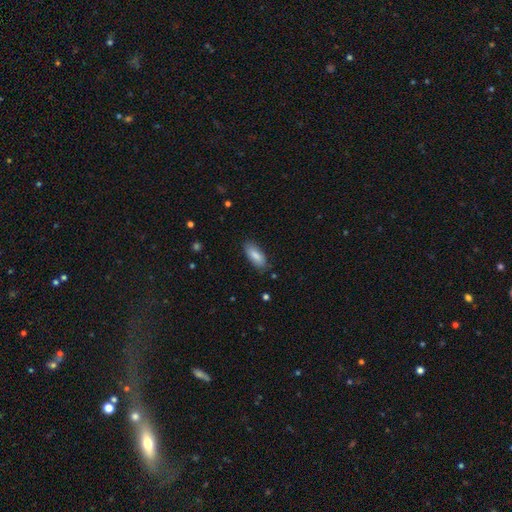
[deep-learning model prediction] This appears to be a smooth galaxy with no disk features (83%) that is in between round and cigar-shaped (78%). Merging: none (81%).